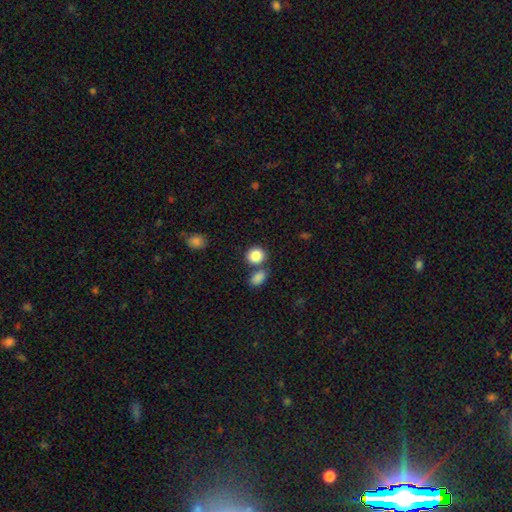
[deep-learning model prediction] The model was most divided on "merging": none: 64%, merger: 23%, minor disturbance: 10%, major disturbance: 3%. More confident: smooth or featured — smooth (87%); how rounded — round (72%).